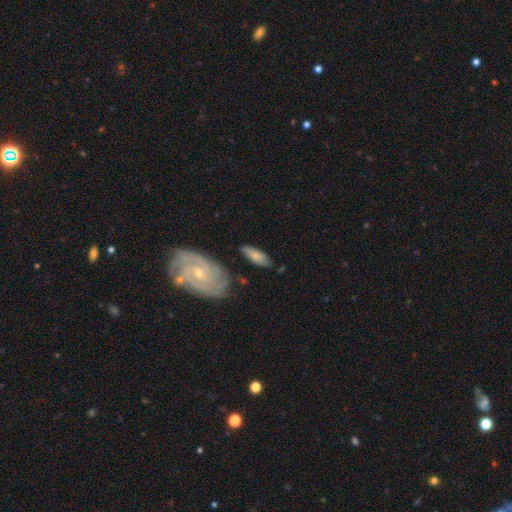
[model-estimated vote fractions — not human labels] Q: Smooth or featured?
A: smooth (56%); runner-up: featured or disk (38%)
Q: How rounded?
A: in between (73%); runner-up: cigar-shaped (24%)
Q: Merging?
A: none (74%); runner-up: minor disturbance (17%)